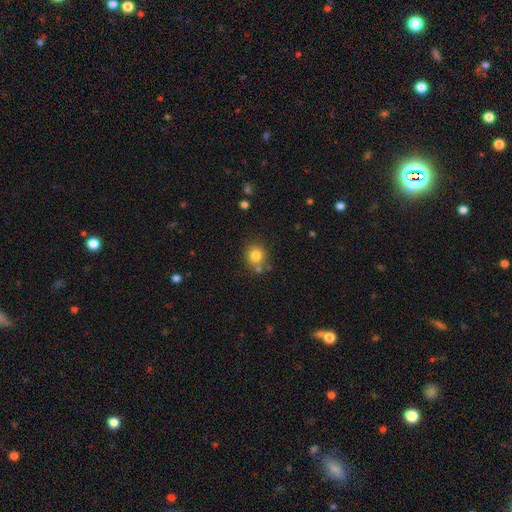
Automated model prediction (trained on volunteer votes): smooth_or_featured: smooth (p=0.80) [alt: star or artifact p=0.12]
how_rounded: round (p=0.84) [alt: in between p=0.15]
merging: none (p=0.74) [alt: merger p=0.12]